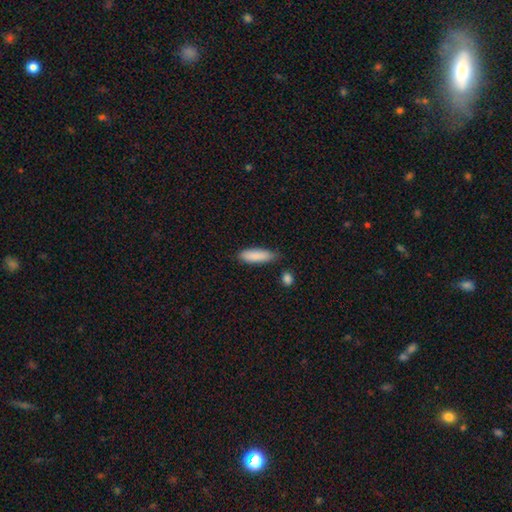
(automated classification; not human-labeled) A smooth galaxy with no disk features (87%) that is cigar-shaped (51%). Merging: none (76%).